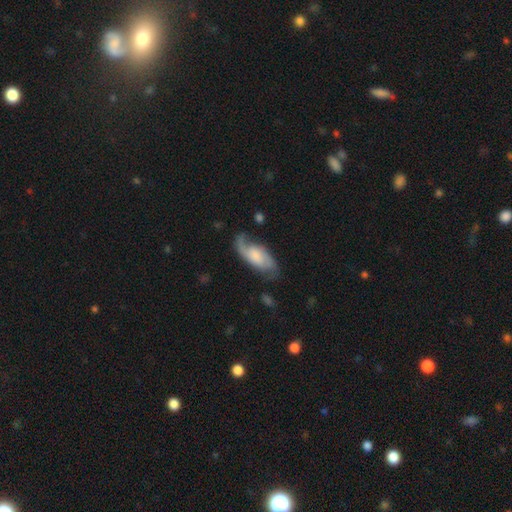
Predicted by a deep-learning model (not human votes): smooth_or_featured: featured or disk (p=0.73) [alt: smooth p=0.21]
disk_edge_on: no (p=0.94) [alt: yes p=0.06]
bar: no (p=0.55) [alt: weak p=0.36]
has_spiral_arms: yes (p=0.94) [alt: no p=0.06]
spiral_winding: loose (p=0.42) [alt: medium p=0.41]
spiral_arm_count: 2 (p=0.74) [alt: 1 p=0.18]
bulge_size: moderate (p=0.27) [alt: none p=0.24]
merging: none (p=0.62) [alt: minor disturbance p=0.22]